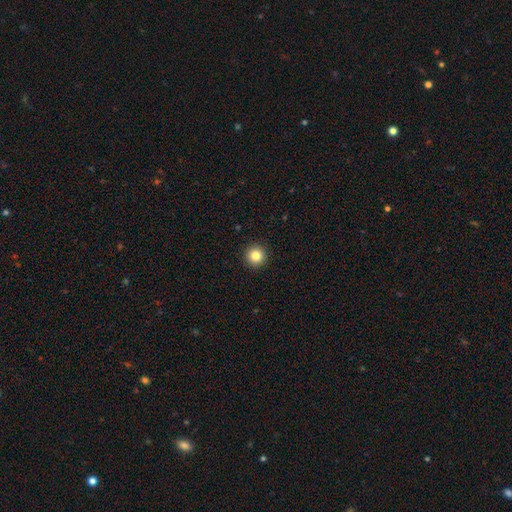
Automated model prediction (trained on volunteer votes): Overall: smooth (84%). How rounded: round (96%). Merging: none (93%).